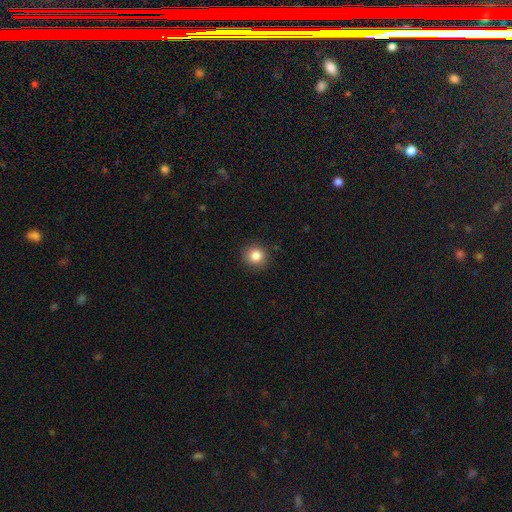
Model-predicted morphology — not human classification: smooth-or-featured: smooth: 84% | star or artifact: 11% | featured or disk: 5%
  how-rounded: round: 91% | in between: 8% | cigar-shaped: 1%
  merging: none: 90% | minor disturbance: 7% | major disturbance: 2% | merger: 1%